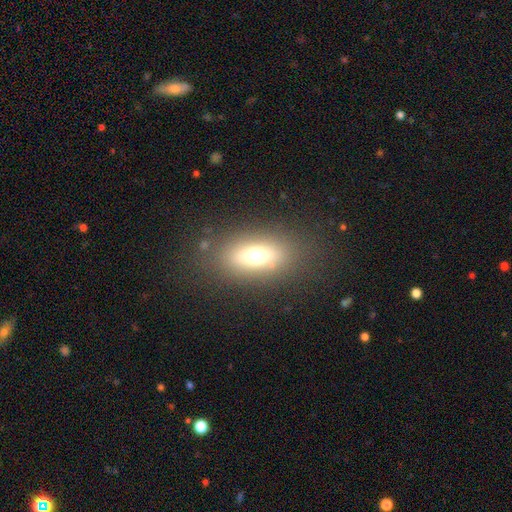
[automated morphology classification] This is likely a smooth galaxy (65%). How rounded: likely in between (77%). Merging: clearly none (82%).